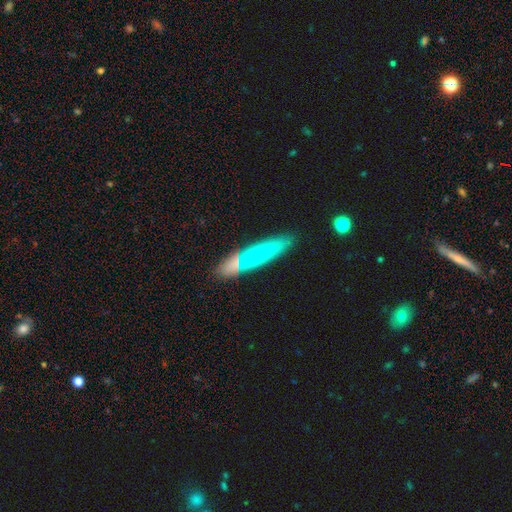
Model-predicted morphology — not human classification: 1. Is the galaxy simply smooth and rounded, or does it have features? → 53% smooth, 39% featured or disk, 8% star or artifact.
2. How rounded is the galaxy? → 70% cigar-shaped, 27% in between, 3% round.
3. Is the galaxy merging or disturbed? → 68% none, 15% merger, 13% minor disturbance, 4% major disturbance.